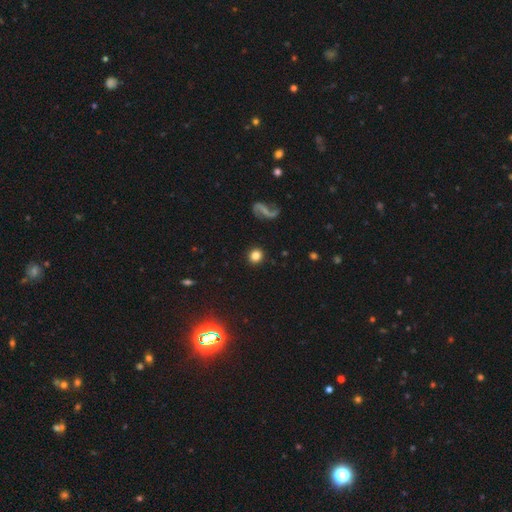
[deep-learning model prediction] A smooth galaxy with no disk features (75%) that is round (92%).

Vote fractions:
- Smooth or featured? smooth: 75% / featured or disk: 14% / star or artifact: 11%
- How rounded? round: 92% / in between: 7% / cigar-shaped: 1%
- Merging? none: 90% / minor disturbance: 6% / major disturbance: 2% / merger: 2%